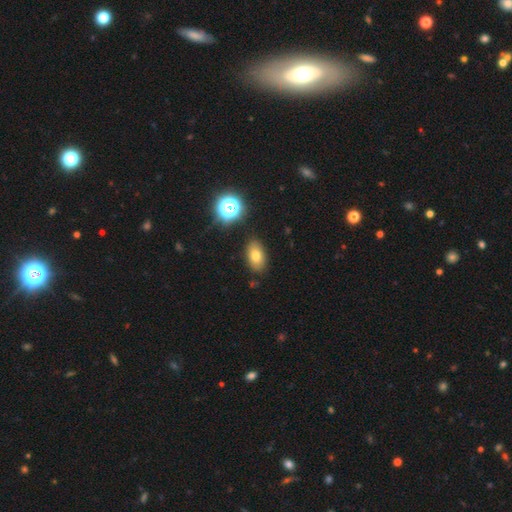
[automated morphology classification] smooth 74%, star or artifact 13%, featured or disk 13%. Down the decision tree: how rounded — in between (87%); merging — none (85%).